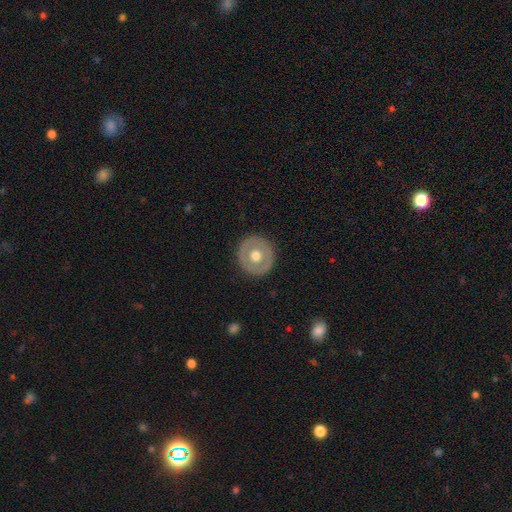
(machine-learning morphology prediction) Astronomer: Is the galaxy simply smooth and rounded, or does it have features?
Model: smooth — 49% (runner-up: featured or disk, 46%).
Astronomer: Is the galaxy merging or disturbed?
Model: none — 89%.